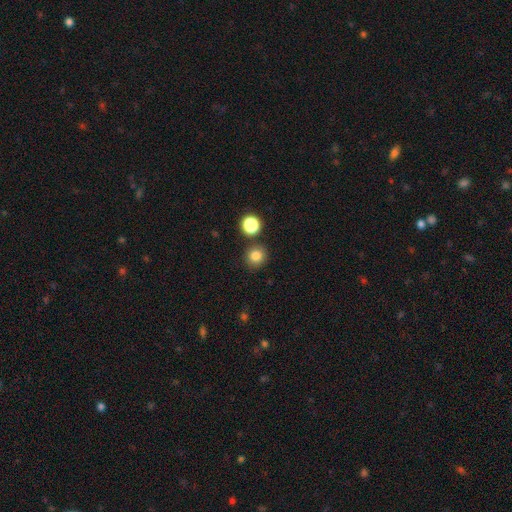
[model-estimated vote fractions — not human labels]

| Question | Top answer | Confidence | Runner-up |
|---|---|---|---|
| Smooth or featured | smooth | 82% | star or artifact (13%) |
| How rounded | round | 91% | in between (8%) |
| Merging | none | 84% | minor disturbance (7%) |